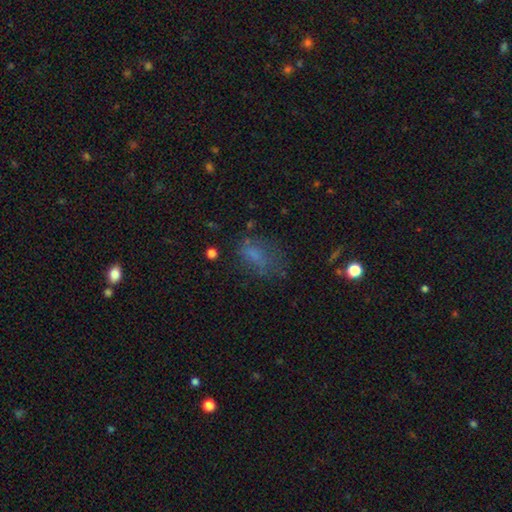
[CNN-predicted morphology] A smooth galaxy with no disk features (61%) that is in between round and cigar-shaped (81%).

Vote fractions:
- Smooth or featured? smooth: 61% / featured or disk: 21% / star or artifact: 18%
- How rounded? in between: 81% / round: 13% / cigar-shaped: 6%
- Merging? none: 47% / major disturbance: 25% / minor disturbance: 25% / merger: 4%